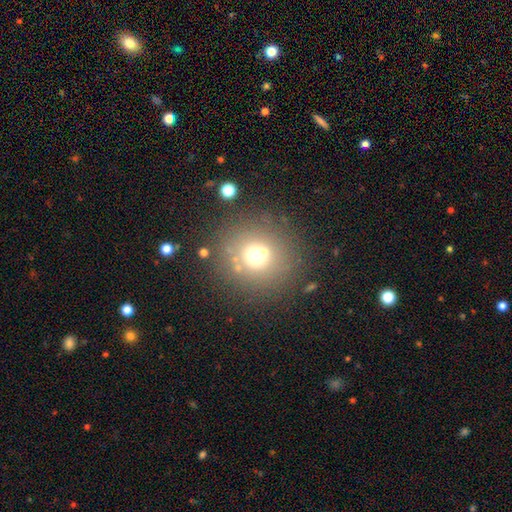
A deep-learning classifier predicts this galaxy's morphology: A smooth galaxy with no disk features (64%) that is round (91%). Merging: none (73%).